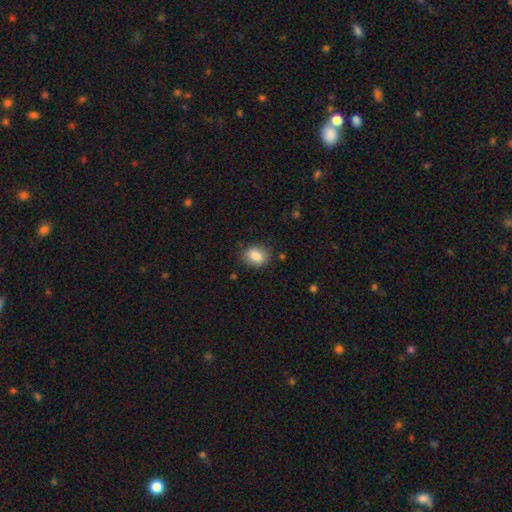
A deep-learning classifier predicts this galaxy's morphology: This appears to be a smooth galaxy with no disk features (86%) that is in between round and cigar-shaped (62%). Merging: none (83%).